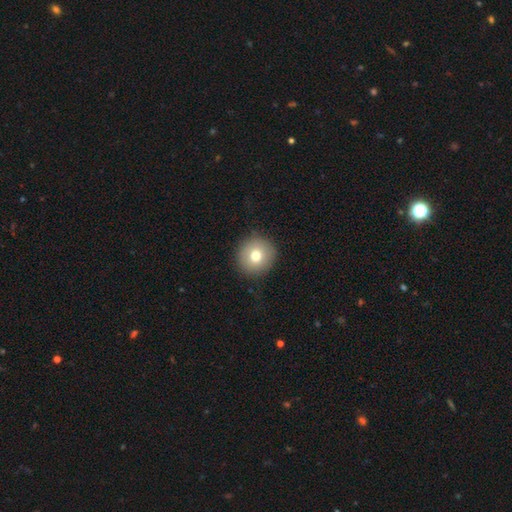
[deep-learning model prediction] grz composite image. It shows a smooth galaxy with no disk features (74%) that is round (93%). Merging: none (89%).